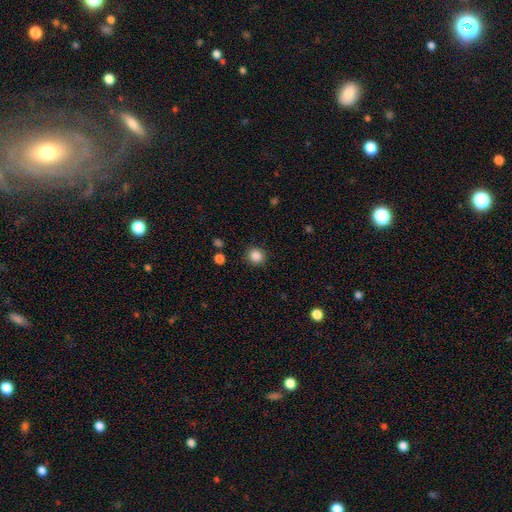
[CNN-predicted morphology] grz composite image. It shows a smooth galaxy with no disk features (86%) that is round (86%). Merging: none (89%).